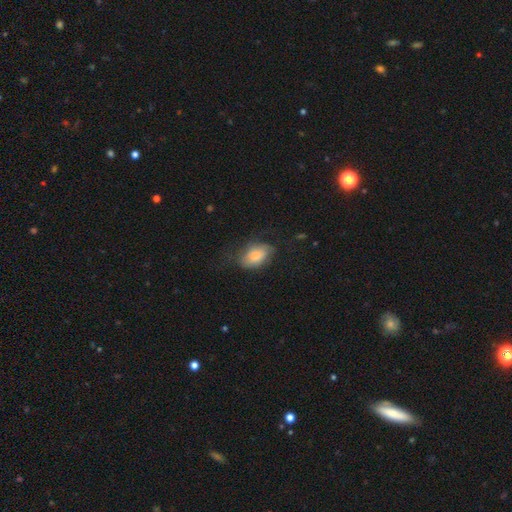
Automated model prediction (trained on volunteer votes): smooth-or-featured: smooth: 79% | featured or disk: 15% | star or artifact: 7%
  how-rounded: in between: 91% | round: 8% | cigar-shaped: 2%
  merging: none: 57% | minor disturbance: 26% | major disturbance: 15% | merger: 1%